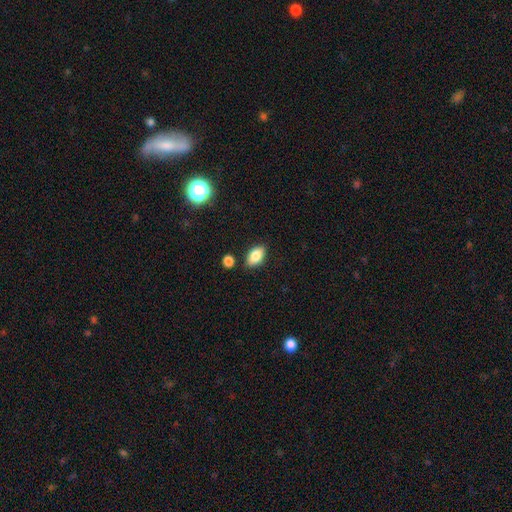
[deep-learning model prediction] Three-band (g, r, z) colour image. It shows a smooth galaxy with no disk features (82%) that is in between round and cigar-shaped (90%). Merging: none (83%).